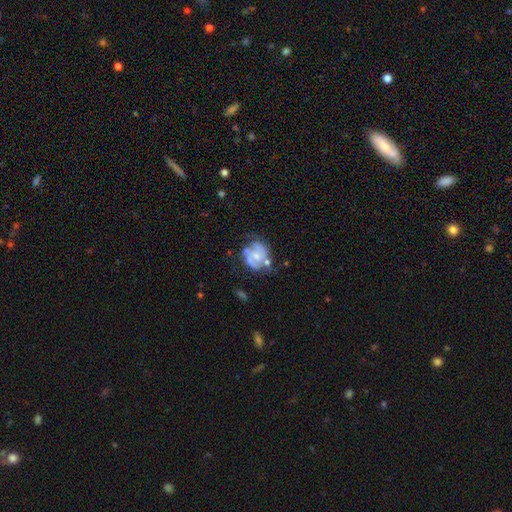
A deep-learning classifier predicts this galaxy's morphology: Overall: featured or disk (75%). Edge-on disk: no (98%). Bar: no (57%; weak 35%). Spiral arms: yes (85%). Spiral arm count: 2 (68%). Spiral winding: medium (46%; tight 37%). Bulge size: moderate (44%; small 43%). Merging: none (52%; minor disturbance 24%).